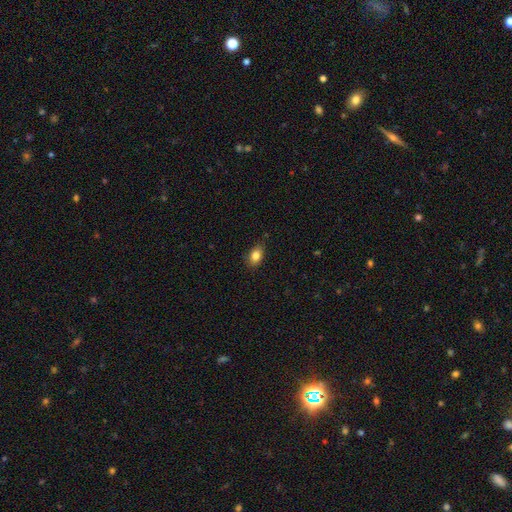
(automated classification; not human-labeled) Smooth or featured: smooth — 83% (star or artifact — 9%)
How rounded: in between — 82% (round — 15%)
Merging: none — 81% (minor disturbance — 16%)